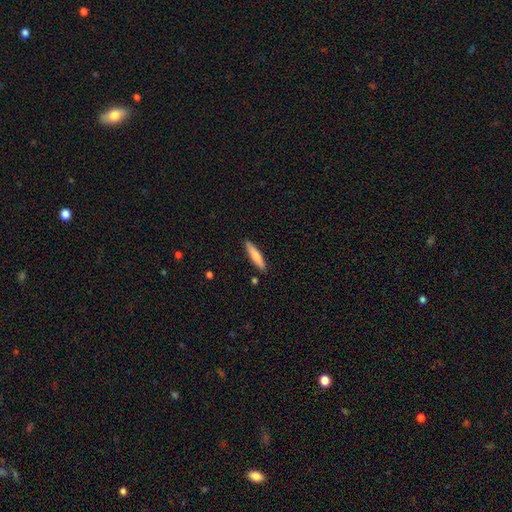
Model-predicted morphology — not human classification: type=smooth (74%); roundness=cigar-shaped (85%); merging=none (88%).